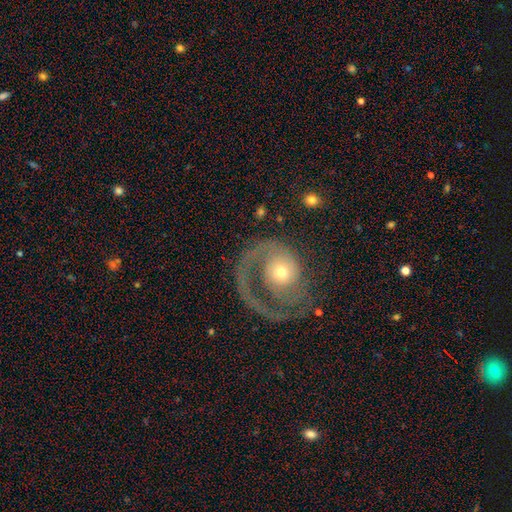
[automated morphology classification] Q: Smooth or featured?
A: featured or disk (78%); runner-up: smooth (14%)
Q: Edge-on disk?
A: no (97%); runner-up: yes (3%)
Q: Bar?
A: no (78%); runner-up: weak (16%)
Q: Spiral arms?
A: yes (82%); runner-up: no (18%)
Q: Spiral winding?
A: tight (51%); runner-up: medium (34%)
Q: Spiral arm count?
A: 1 (70%); runner-up: 2 (18%)
Q: Bulge size?
A: moderate (63%); runner-up: small (25%)
Q: Merging?
A: none (58%); runner-up: major disturbance (21%)